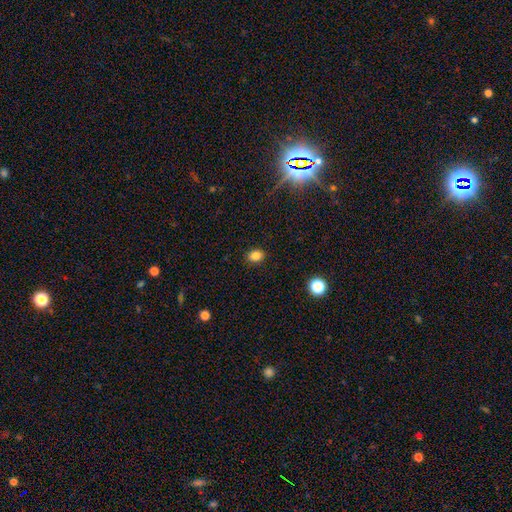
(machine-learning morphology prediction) This is clearly a smooth galaxy (83%). How rounded: possibly in between (52%). Merging: clearly none (88%).